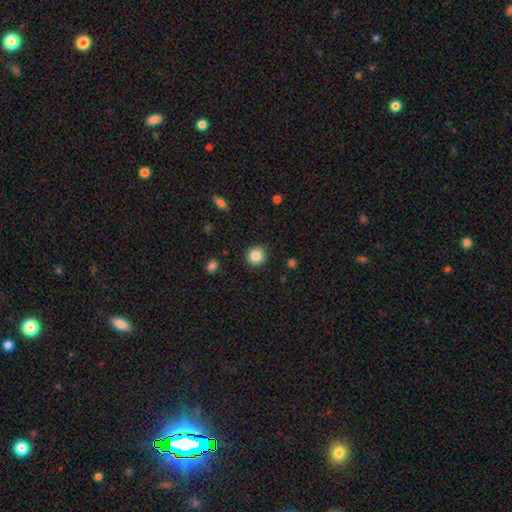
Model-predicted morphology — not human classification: This is clearly a smooth galaxy (85%). How rounded: clearly round (94%). Merging: clearly none (91%).